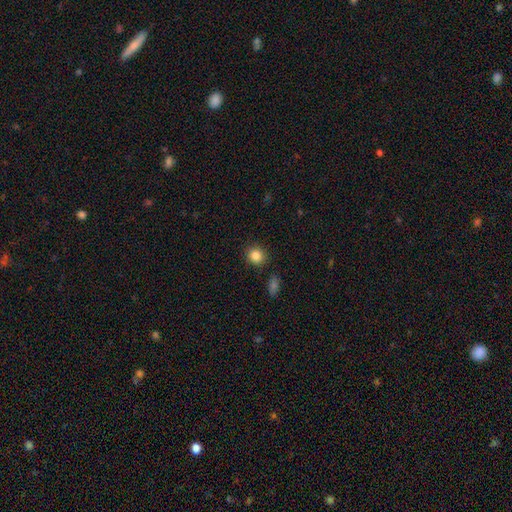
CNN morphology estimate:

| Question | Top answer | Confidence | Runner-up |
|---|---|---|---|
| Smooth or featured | smooth | 85% | star or artifact (10%) |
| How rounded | round | 82% | in between (17%) |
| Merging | none | 88% | minor disturbance (8%) |